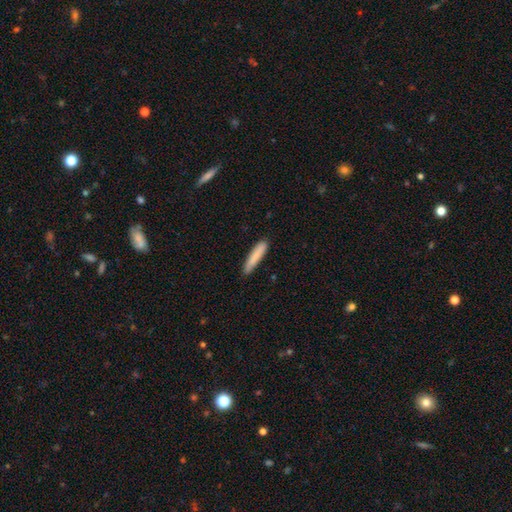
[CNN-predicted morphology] type=smooth (84%); roundness=cigar-shaped (89%); merging=none (85%).